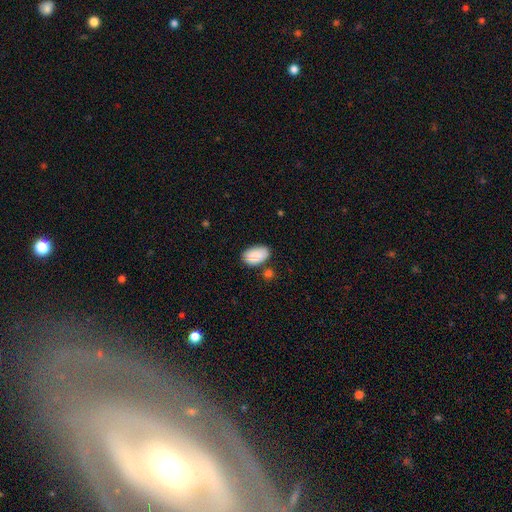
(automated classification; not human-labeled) Smooth or featured?
  - smooth: 88% *
  - star or artifact: 6%
  - featured or disk: 5%
How rounded?
  - in between: 95% *
  - round: 4%
  - cigar-shaped: 1%
Merging?
  - none: 74% *
  - minor disturbance: 16%
  - merger: 7%
  - major disturbance: 4%